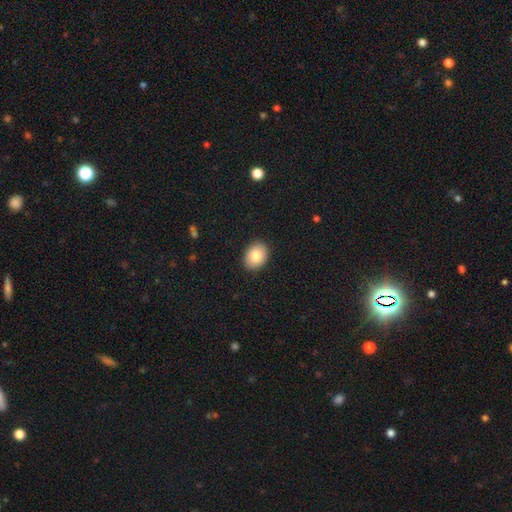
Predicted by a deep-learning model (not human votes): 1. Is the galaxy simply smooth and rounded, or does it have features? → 84% smooth, 9% featured or disk, 7% star or artifact.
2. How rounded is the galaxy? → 66% in between, 33% round, 1% cigar-shaped.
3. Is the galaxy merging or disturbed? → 90% none, 7% minor disturbance, 2% major disturbance, 1% merger.